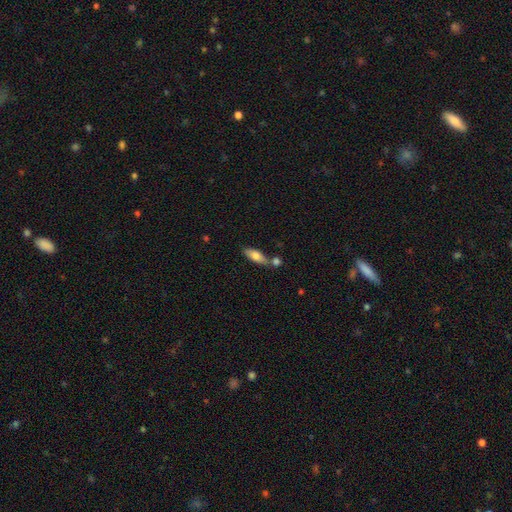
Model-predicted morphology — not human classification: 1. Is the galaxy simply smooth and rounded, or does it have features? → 73% smooth, 21% featured or disk, 6% star or artifact.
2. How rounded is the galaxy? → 69% in between, 28% cigar-shaped, 3% round.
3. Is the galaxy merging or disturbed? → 63% none, 21% merger, 13% minor disturbance, 3% major disturbance.